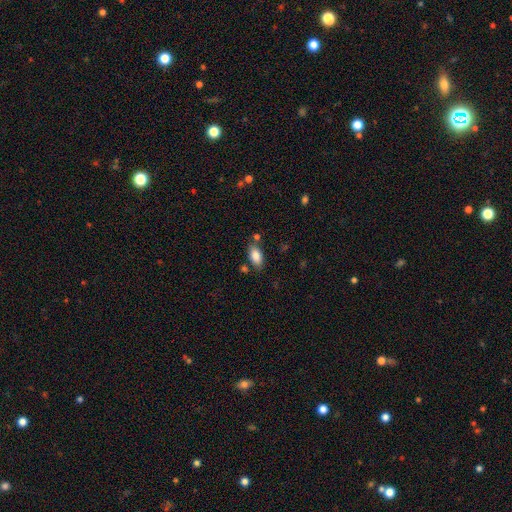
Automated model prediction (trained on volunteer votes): Q: Smooth or featured?
A: smooth (85%); runner-up: star or artifact (8%)
Q: How rounded?
A: in between (92%); runner-up: cigar-shaped (4%)
Q: Merging?
A: none (75%); runner-up: minor disturbance (14%)